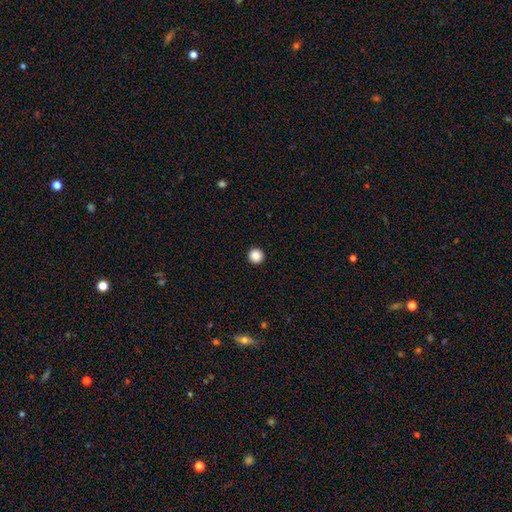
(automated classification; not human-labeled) Smooth or featured? smooth (88%)
How rounded? round (96%)
Merging? none (94%)